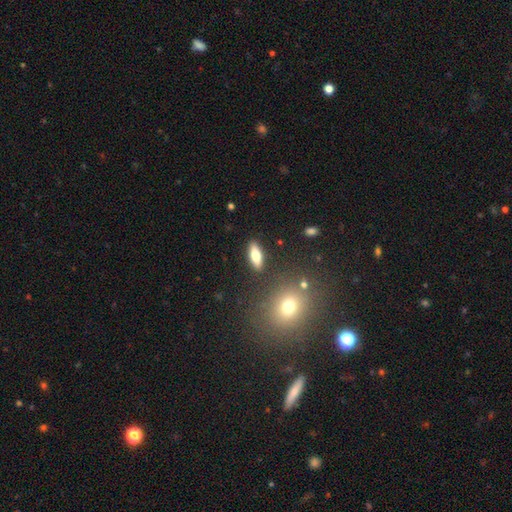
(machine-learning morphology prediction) Smooth or featured?
  - smooth: 64% *
  - featured or disk: 28%
  - star or artifact: 8%
How rounded?
  - in between: 62% *
  - cigar-shaped: 35%
  - round: 4%
Merging?
  - none: 87% *
  - minor disturbance: 8%
  - major disturbance: 2%
  - merger: 2%